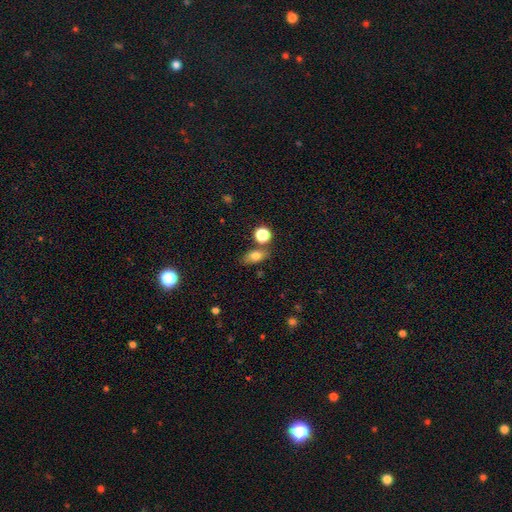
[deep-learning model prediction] smooth-or-featured: smooth: 75% | featured or disk: 13% | star or artifact: 12%
  how-rounded: in between: 76% | round: 18% | cigar-shaped: 6%
  merging: none: 72% | minor disturbance: 13% | merger: 12% | major disturbance: 4%